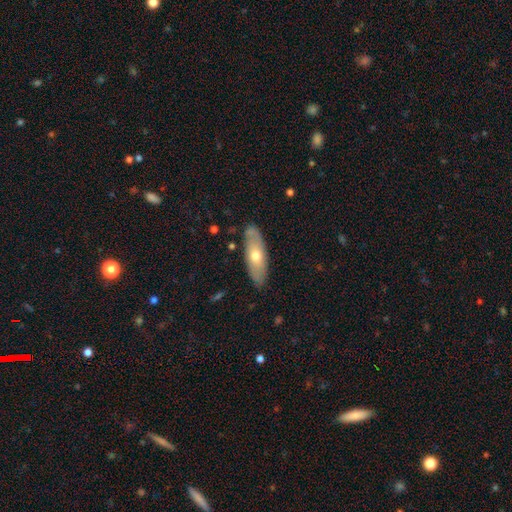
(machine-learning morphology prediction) This appears to be a featured or disk galaxy (48%). Merging: none (85%).